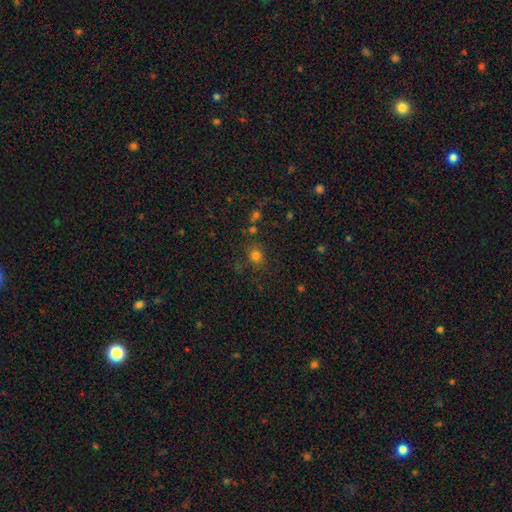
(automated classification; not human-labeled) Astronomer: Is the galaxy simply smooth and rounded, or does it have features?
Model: smooth — 75%.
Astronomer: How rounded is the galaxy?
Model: round — 79%.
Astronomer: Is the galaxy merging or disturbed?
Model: none — 78%.